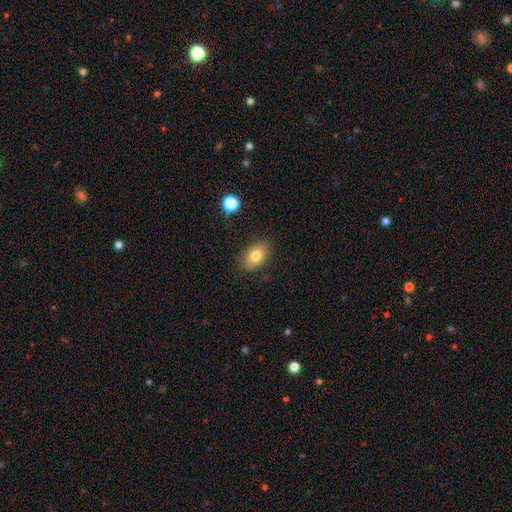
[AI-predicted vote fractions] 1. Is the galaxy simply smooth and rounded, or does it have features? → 78% smooth, 13% featured or disk, 9% star or artifact.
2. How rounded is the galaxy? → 86% in between, 12% round, 2% cigar-shaped.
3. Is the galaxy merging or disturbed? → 84% none, 12% minor disturbance, 3% major disturbance, 1% merger.